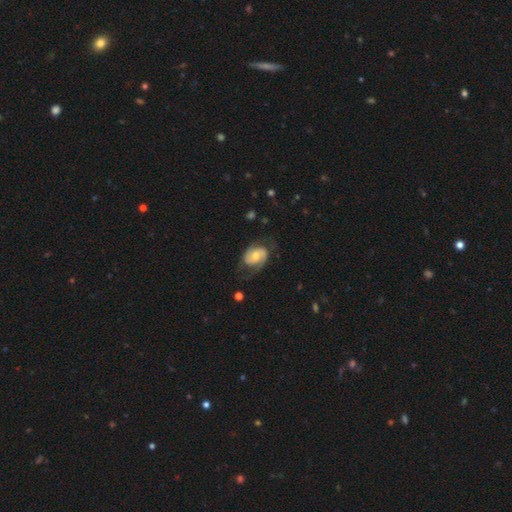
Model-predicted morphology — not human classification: Smooth or featured? Predicted: featured or disk (p=0.75). Edge-on disk? Predicted: no (p=0.97). Bar? Predicted: no (p=0.54). Spiral arms? Predicted: yes (p=0.92). Spiral winding? Predicted: medium (p=0.45). Spiral arm count? Predicted: 2 (p=0.84). Bulge size? Predicted: moderate (p=0.60). Merging? Predicted: none (p=0.63).